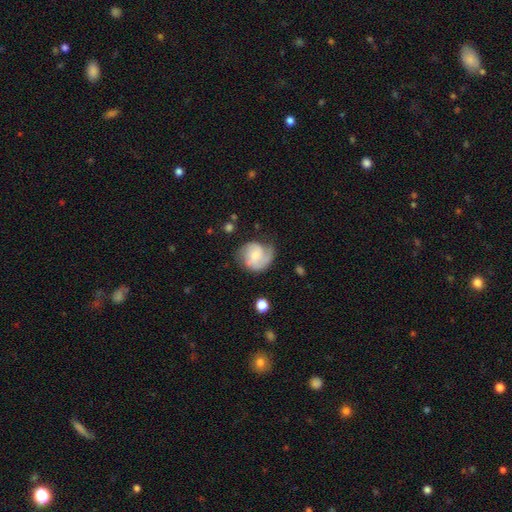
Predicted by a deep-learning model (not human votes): Morphology: type=featured or disk (61%); edge-on=no (98%); bar=no (48%); spiral arms=yes (90%); winding=medium (44%); arm count=2 (60%); bulge=small (43%); merging=none (59%).